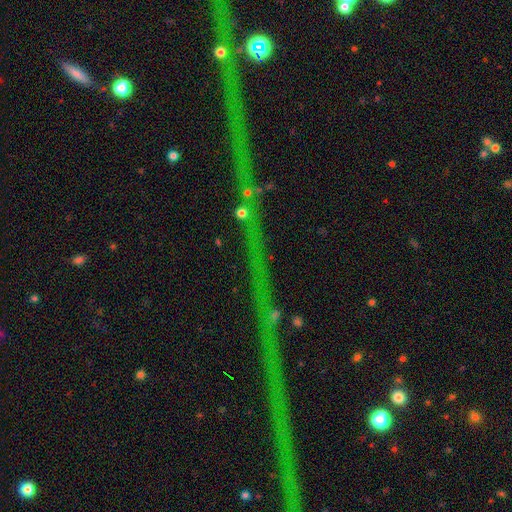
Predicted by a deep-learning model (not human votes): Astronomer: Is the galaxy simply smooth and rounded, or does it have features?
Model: star or artifact — 81%.